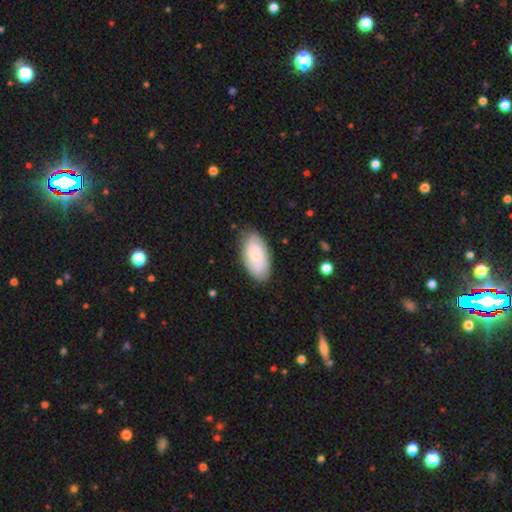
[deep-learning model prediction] This is likely a smooth galaxy (63%). How rounded: clearly in between (94%). Merging: likely none (80%).